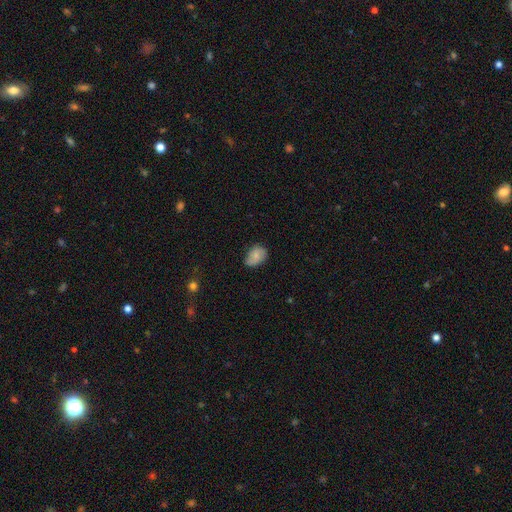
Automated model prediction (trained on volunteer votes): Morphology: type=smooth (67%); roundness=in between (81%); merging=none (59%).